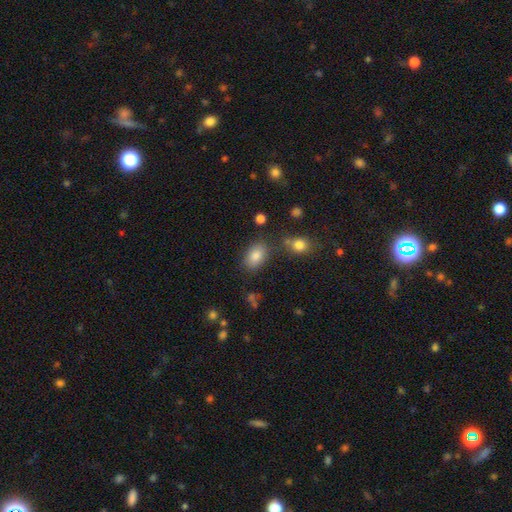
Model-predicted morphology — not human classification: Q: Smooth or featured?
A: smooth (84%); runner-up: star or artifact (9%)
Q: How rounded?
A: in between (87%); runner-up: round (11%)
Q: Merging?
A: none (77%); runner-up: minor disturbance (13%)